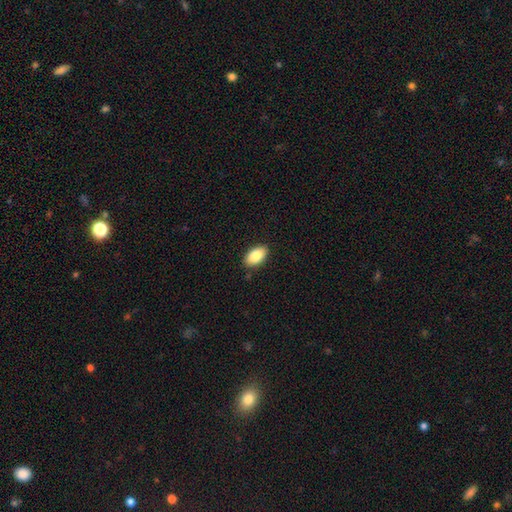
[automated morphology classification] Overall: smooth (86%). How rounded: in between (94%). Merging: none (88%).